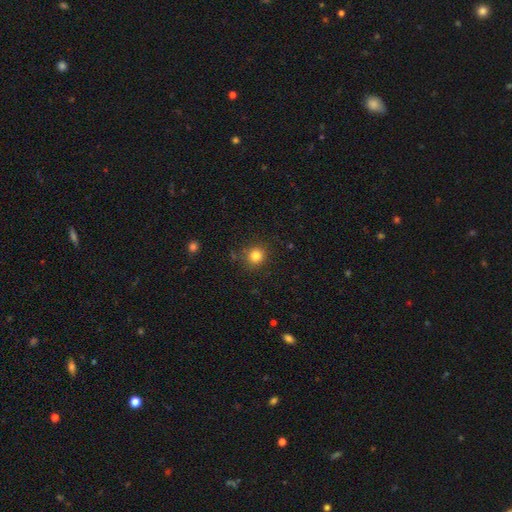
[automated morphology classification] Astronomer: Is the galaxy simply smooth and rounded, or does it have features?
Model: smooth — 82%.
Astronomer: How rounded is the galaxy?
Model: round — 89%.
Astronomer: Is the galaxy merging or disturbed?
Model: none — 87%.